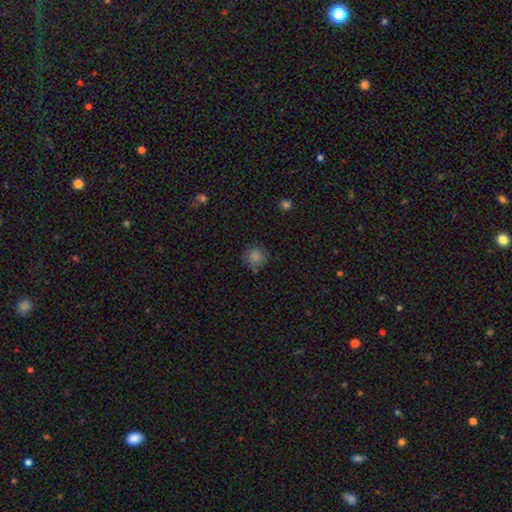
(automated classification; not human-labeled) Smooth or featured: smooth — 77% (star or artifact — 18%)
How rounded: round — 91% (in between — 8%)
Merging: none — 82% (minor disturbance — 13%)